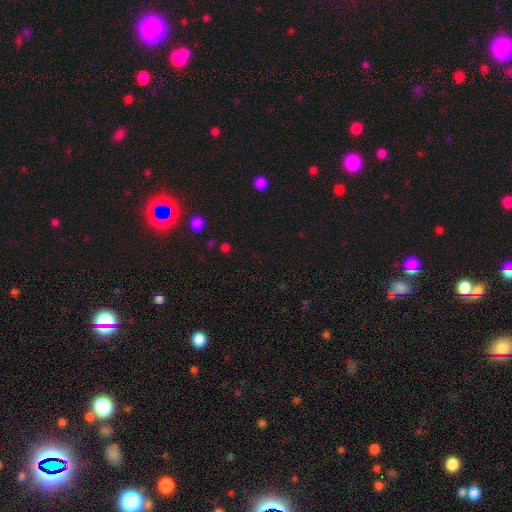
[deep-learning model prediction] Morphology: type=star or artifact (53%).